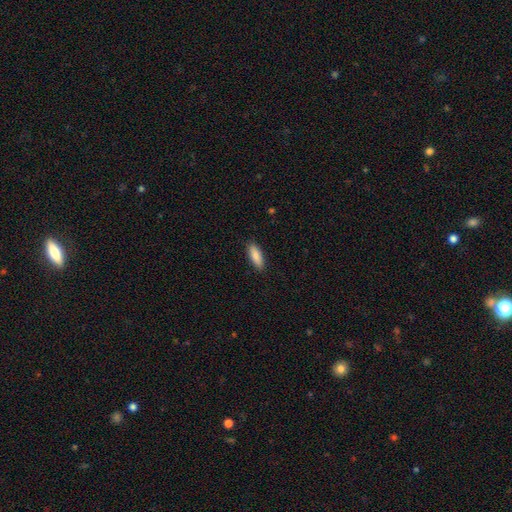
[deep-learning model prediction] The model was most divided on "how rounded": in between: 64%, cigar-shaped: 35%, round: 2%. More confident: merging — none (89%); smooth or featured — smooth (89%).